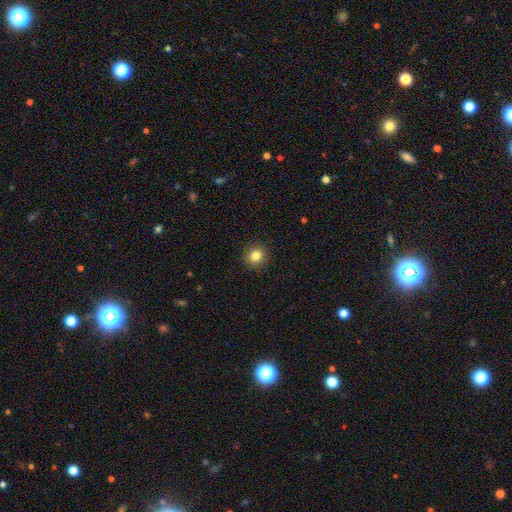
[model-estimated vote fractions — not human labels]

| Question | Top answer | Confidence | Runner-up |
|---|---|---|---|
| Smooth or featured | smooth | 83% | star or artifact (11%) |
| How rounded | round | 88% | in between (11%) |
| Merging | none | 91% | minor disturbance (6%) |